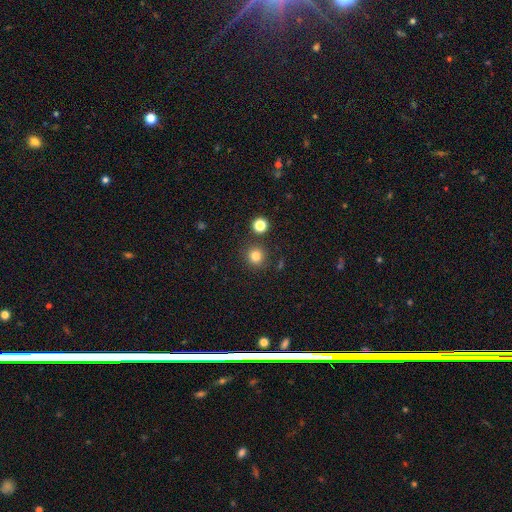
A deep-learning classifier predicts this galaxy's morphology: Overall: smooth (81%). How rounded: round (93%). Merging: none (85%).